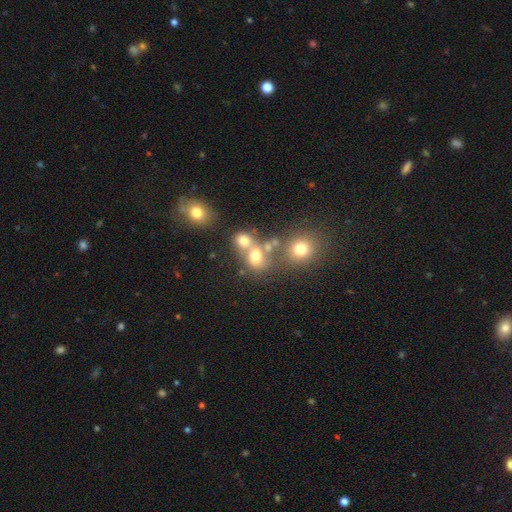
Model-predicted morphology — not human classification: A smooth galaxy with no disk features (66%) that is round (69%). Merging: none (44%).